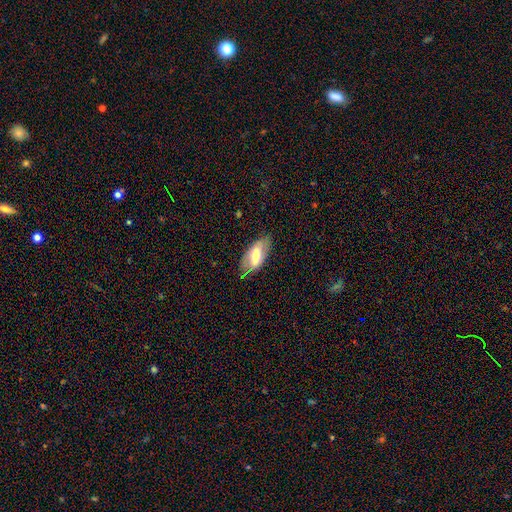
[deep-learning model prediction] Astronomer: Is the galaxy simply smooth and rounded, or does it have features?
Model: smooth — 50% (runner-up: featured or disk, 43%).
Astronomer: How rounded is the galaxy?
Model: in between — 89%.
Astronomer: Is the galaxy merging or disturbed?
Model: none — 73%.